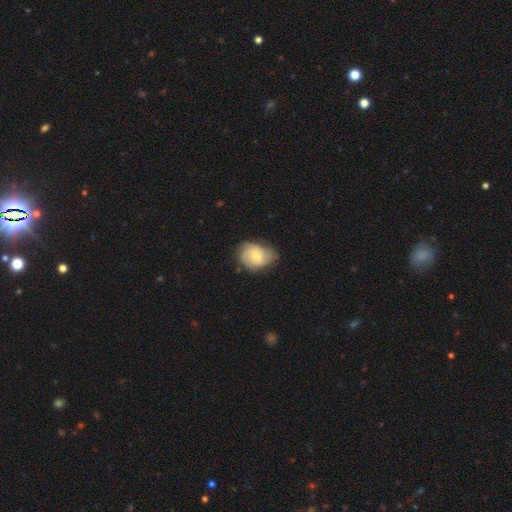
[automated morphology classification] Smooth or featured? Predicted: featured or disk (p=0.51). Edge-on disk? Predicted: no (p=0.97). Merging? Predicted: none (p=0.65).